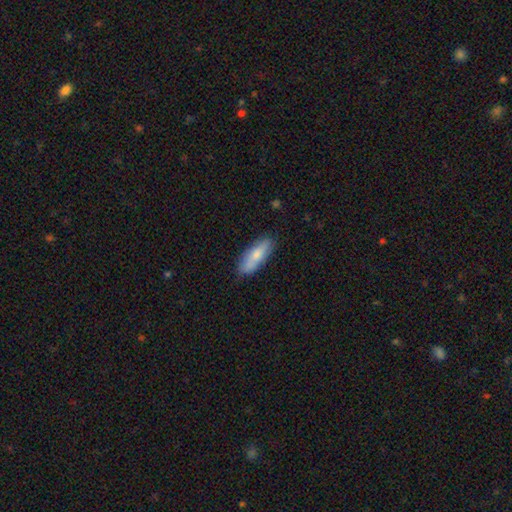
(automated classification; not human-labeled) This appears to be a smooth galaxy with no disk features (73%) that is in between round and cigar-shaped (62%). Merging: none (81%).